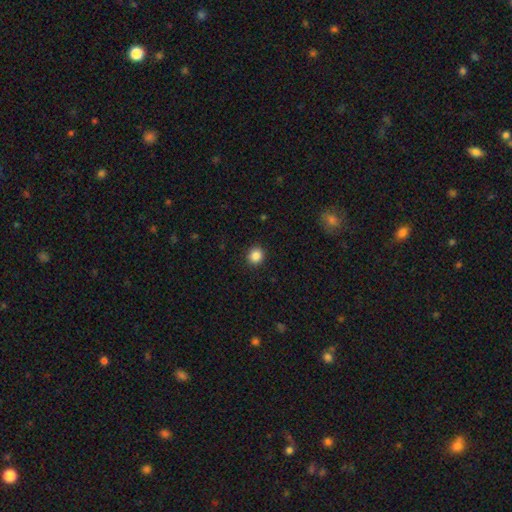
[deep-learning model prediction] Smooth or featured?
  - smooth: 87% *
  - star or artifact: 10%
  - featured or disk: 3%
How rounded?
  - round: 85% *
  - in between: 14%
  - cigar-shaped: 1%
Merging?
  - none: 91% *
  - minor disturbance: 6%
  - major disturbance: 2%
  - merger: 1%